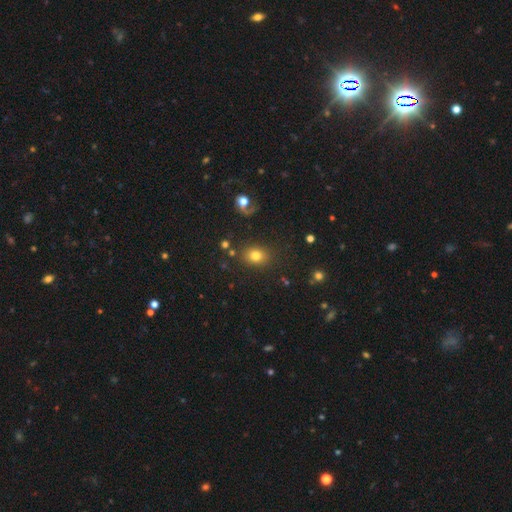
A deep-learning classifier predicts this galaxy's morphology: The model was most divided on "how rounded": round: 51%, in between: 48%, cigar-shaped: 1%. More confident: merging — none (82%); smooth or featured — smooth (77%).